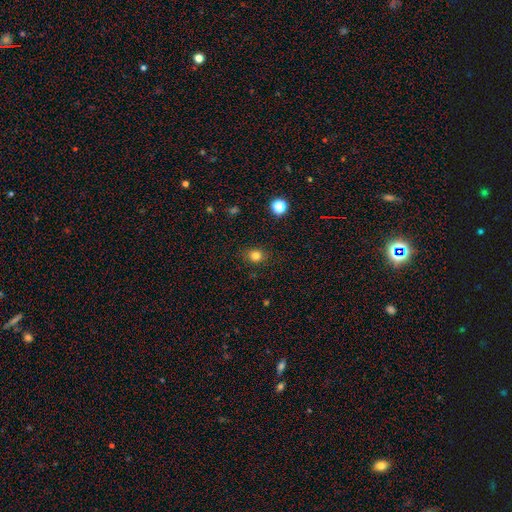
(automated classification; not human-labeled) Smooth or featured? Predicted: smooth (p=0.81). How rounded? Predicted: round (p=0.69). Merging? Predicted: none (p=0.86).